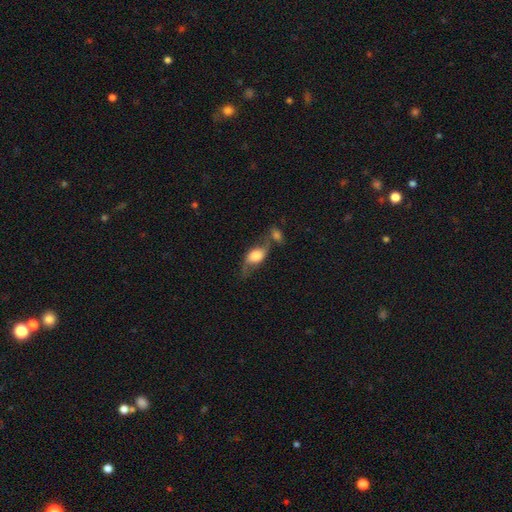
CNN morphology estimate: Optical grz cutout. It shows a smooth galaxy with no disk features (51%) that is in between round and cigar-shaped (81%). Merging: none (38%).